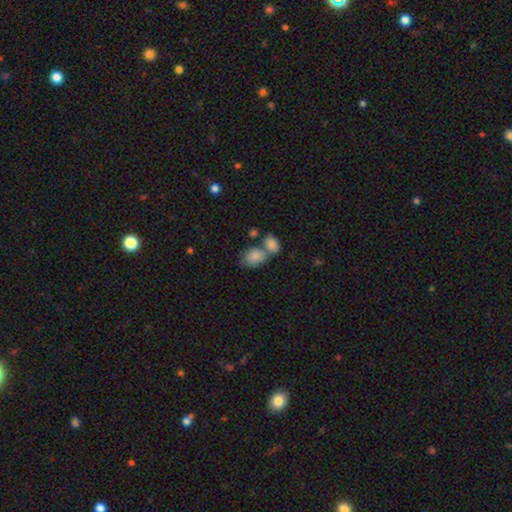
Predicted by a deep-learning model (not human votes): Morphology: type=smooth (79%); roundness=in between (66%); merging=merger (47%).